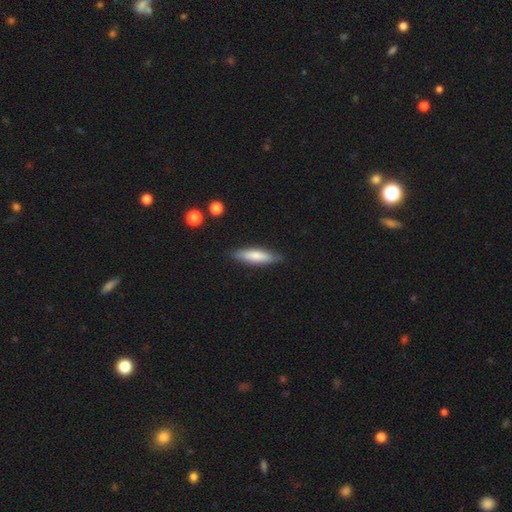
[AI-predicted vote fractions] Smooth or featured? Predicted: smooth (p=0.76). How rounded? Predicted: cigar-shaped (p=0.66). Merging? Predicted: none (p=0.85).